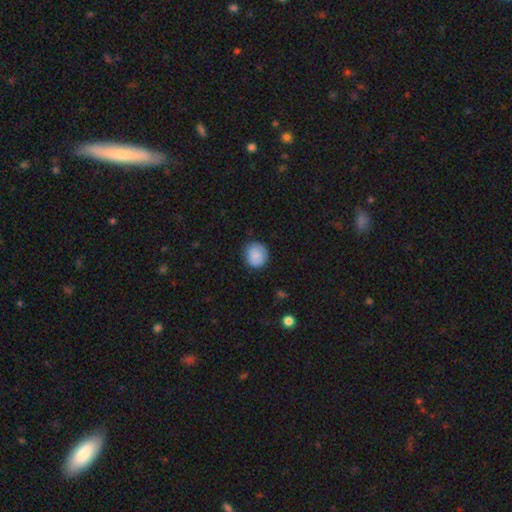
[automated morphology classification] This is clearly a smooth galaxy (87%). How rounded: clearly round (83%). Merging: clearly none (82%).